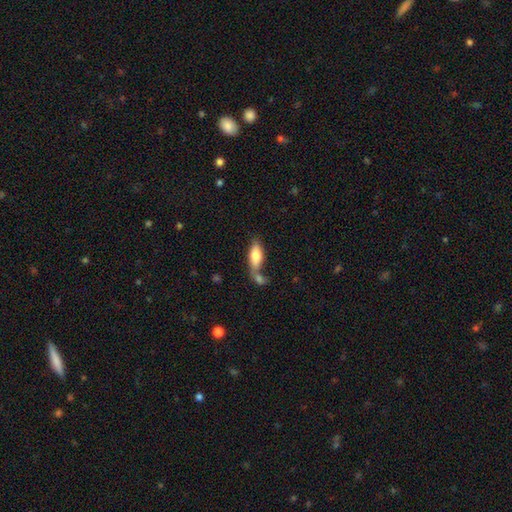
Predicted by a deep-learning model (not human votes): A smooth galaxy with no disk features (76%) that is in between round and cigar-shaped (80%).

Vote fractions:
- Smooth or featured? smooth: 76% / featured or disk: 18% / star or artifact: 7%
- How rounded? in between: 80% / cigar-shaped: 18% / round: 3%
- Merging? none: 40% (tied) / merger: 40% (tied) / minor disturbance: 14% / major disturbance: 6%